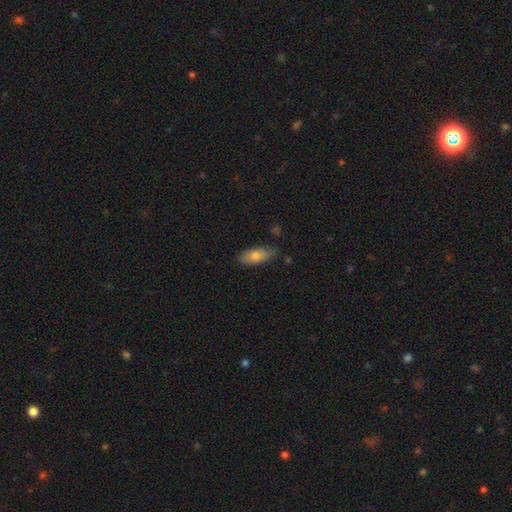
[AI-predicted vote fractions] smooth-or-featured: smooth: 75% | featured or disk: 18% | star or artifact: 7%
  how-rounded: in between: 74% | cigar-shaped: 23% | round: 3%
  merging: none: 71% | minor disturbance: 23% | major disturbance: 4% | merger: 2%